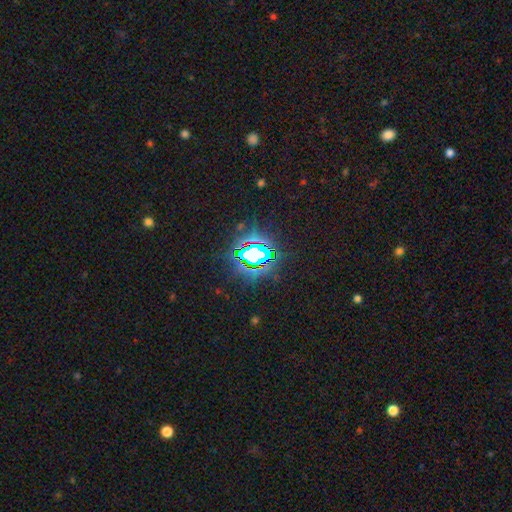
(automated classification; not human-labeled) smooth-or-featured: star or artifact: 75% | smooth: 14% | featured or disk: 10%